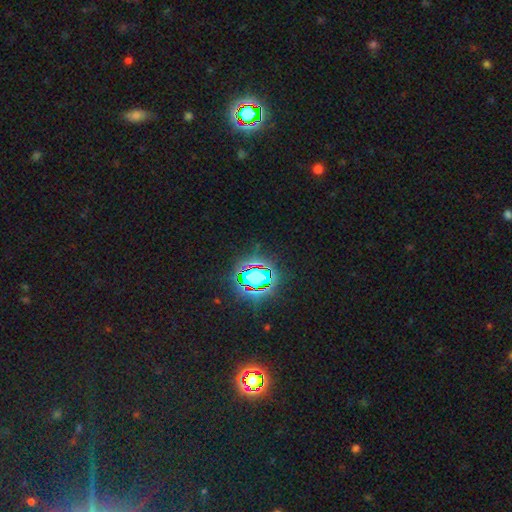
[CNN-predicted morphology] Smooth or featured?
  - star or artifact: 79% *
  - smooth: 13%
  - featured or disk: 8%